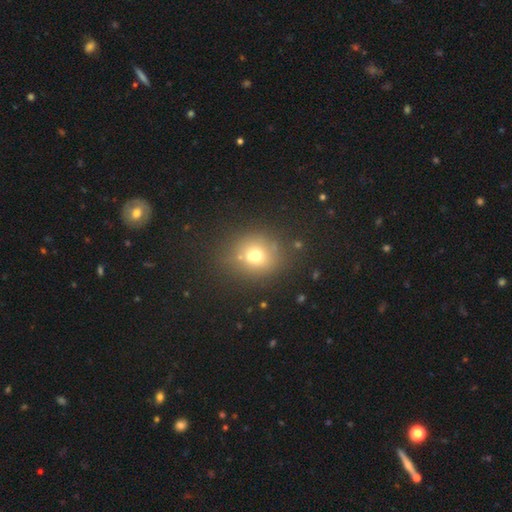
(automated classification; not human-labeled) smooth-or-featured: smooth: 66% | star or artifact: 17% | featured or disk: 17%
  how-rounded: round: 79% | in between: 20% | cigar-shaped: 1%
  merging: none: 60% | merger: 22% | minor disturbance: 12% | major disturbance: 6%